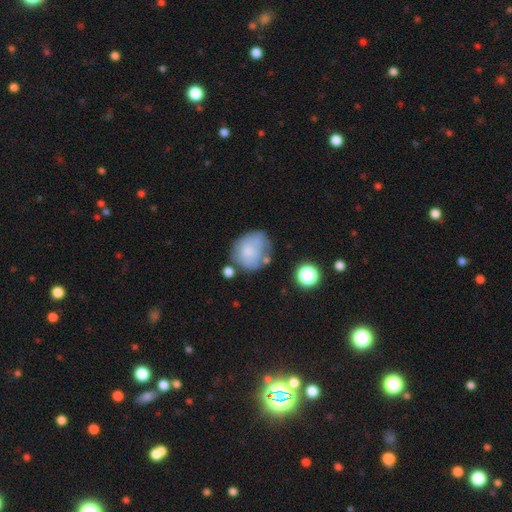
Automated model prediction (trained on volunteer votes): A smooth galaxy with no disk features (65%) that is round (70%).

Vote fractions:
- Smooth or featured? smooth: 65% / featured or disk: 25% / star or artifact: 10%
- How rounded? round: 70% / in between: 29% / cigar-shaped: 1%
- Merging? none: 47% / minor disturbance: 27% / major disturbance: 15% / merger: 11%